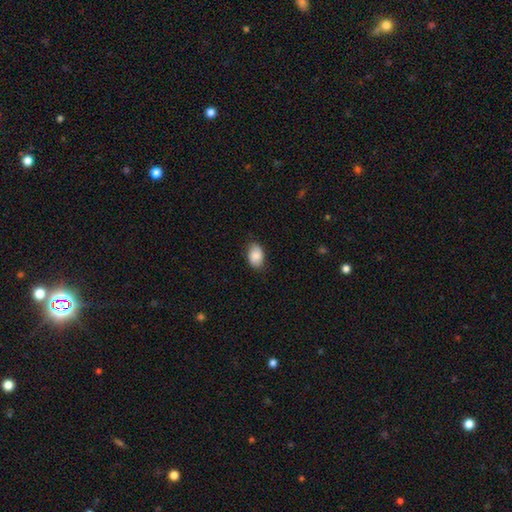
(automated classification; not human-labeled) smooth-or-featured: smooth: 85% | featured or disk: 8% | star or artifact: 7%
  how-rounded: in between: 88% | round: 11% | cigar-shaped: 1%
  merging: none: 81% | minor disturbance: 15% | major disturbance: 3% | merger: 1%